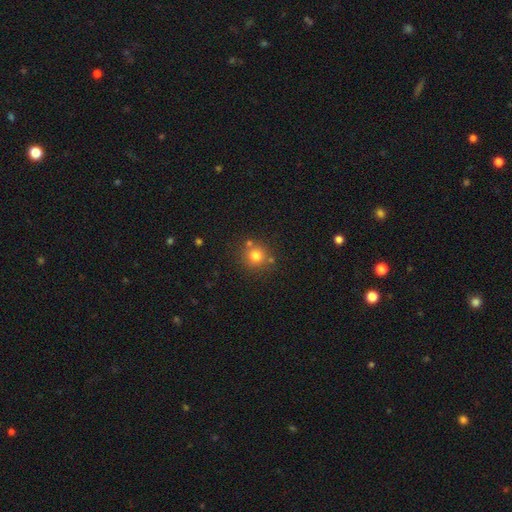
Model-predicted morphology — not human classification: Smooth or featured: smooth — 78% (star or artifact — 13%)
How rounded: round — 91% (in between — 8%)
Merging: none — 74% (merger — 12%)